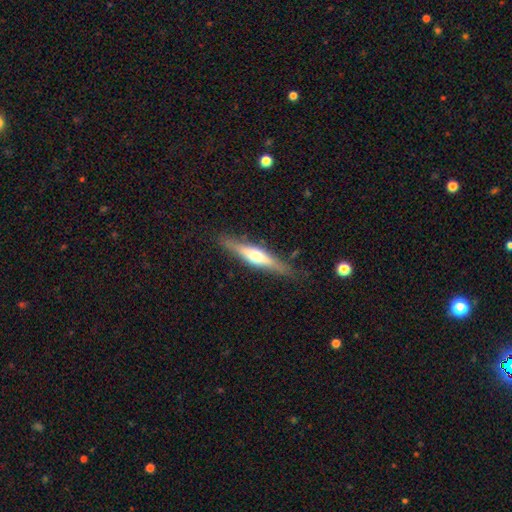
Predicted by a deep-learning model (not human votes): Overall: featured or disk (61%; smooth 34%). Edge-on disk: yes (93%). Edge-on bulge: rounded (87%). Merging: none (83%).